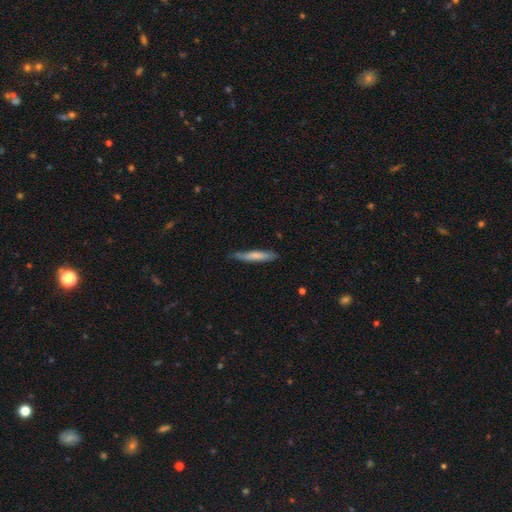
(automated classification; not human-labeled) smooth_or_featured: smooth (p=0.69) [alt: featured or disk p=0.26]
how_rounded: cigar-shaped (p=0.93) [alt: in between p=0.06]
merging: none (p=0.76) [alt: minor disturbance p=0.19]